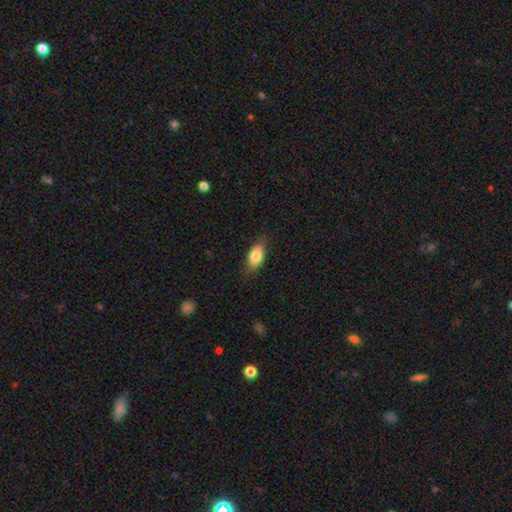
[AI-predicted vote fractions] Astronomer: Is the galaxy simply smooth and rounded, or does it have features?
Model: smooth — 80%.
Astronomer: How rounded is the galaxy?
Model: in between — 87%.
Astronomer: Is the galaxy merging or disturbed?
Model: none — 77%.